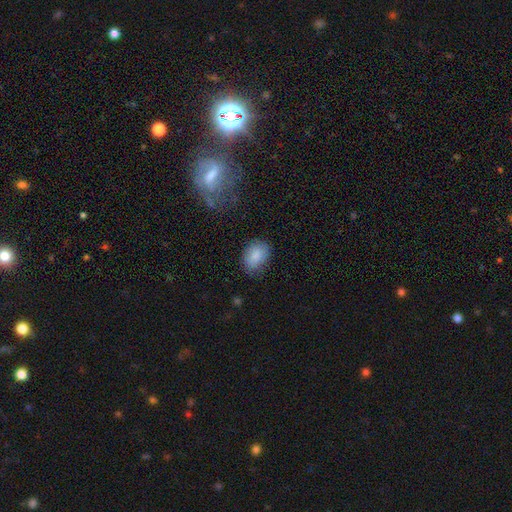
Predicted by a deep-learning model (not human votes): Smooth or featured?
  - smooth: 87% *
  - star or artifact: 7%
  - featured or disk: 6%
How rounded?
  - in between: 78% *
  - round: 21%
  - cigar-shaped: 1%
Merging?
  - none: 75% *
  - minor disturbance: 19%
  - major disturbance: 5%
  - merger: 1%